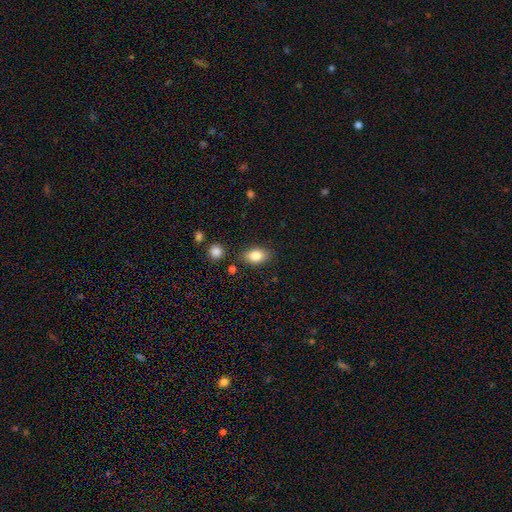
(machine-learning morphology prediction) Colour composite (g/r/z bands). It shows a smooth galaxy with no disk features (84%) that is in between round and cigar-shaped (86%). Merging: none (83%).